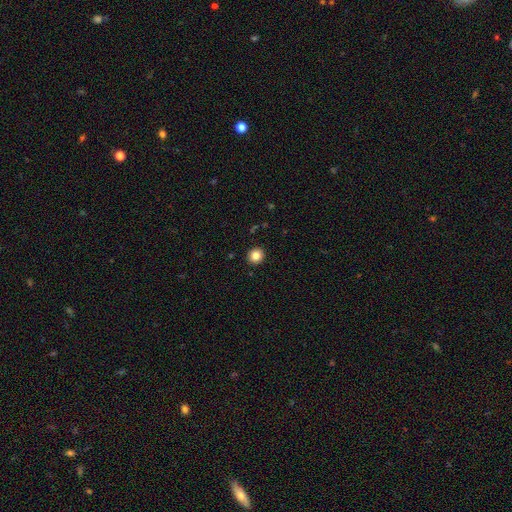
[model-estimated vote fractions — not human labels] Smooth or featured? smooth (83%)
How rounded? round (90%)
Merging? none (93%)